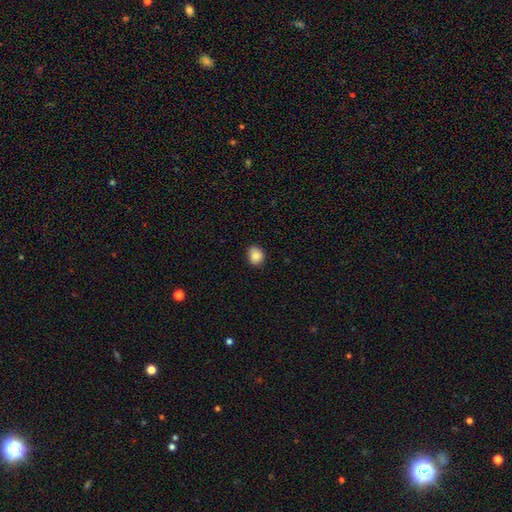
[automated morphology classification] A smooth galaxy with no disk features (86%) that is round (67%).

Vote fractions:
- Smooth or featured? smooth: 86% / star or artifact: 9% / featured or disk: 5%
- How rounded? round: 67% / in between: 33% / cigar-shaped: 1%
- Merging? none: 81% / minor disturbance: 16% / major disturbance: 3% / merger: 1%